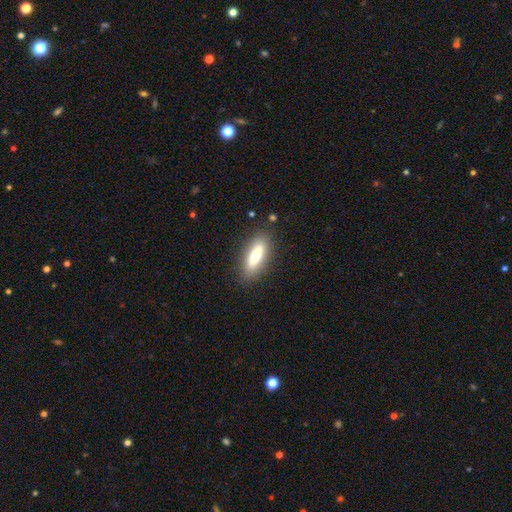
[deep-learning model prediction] Smooth or featured: smooth — 65% (featured or disk — 29%)
How rounded: in between — 63% (cigar-shaped — 34%)
Merging: none — 85% (minor disturbance — 10%)